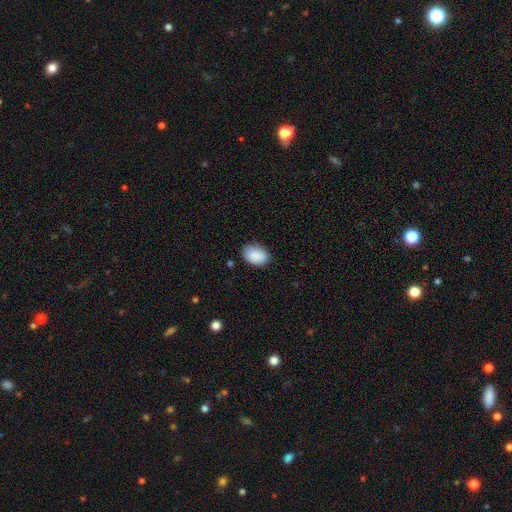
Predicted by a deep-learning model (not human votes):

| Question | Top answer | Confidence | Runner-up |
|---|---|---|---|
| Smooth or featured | smooth | 90% | star or artifact (7%) |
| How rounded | in between | 86% | round (13%) |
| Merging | none | 84% | minor disturbance (12%) |